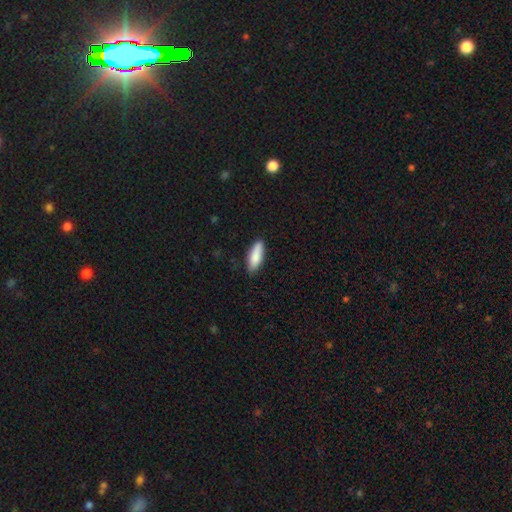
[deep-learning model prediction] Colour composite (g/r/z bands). It shows a smooth galaxy with no disk features (85%) that is in between round and cigar-shaped (55%). Merging: none (83%).